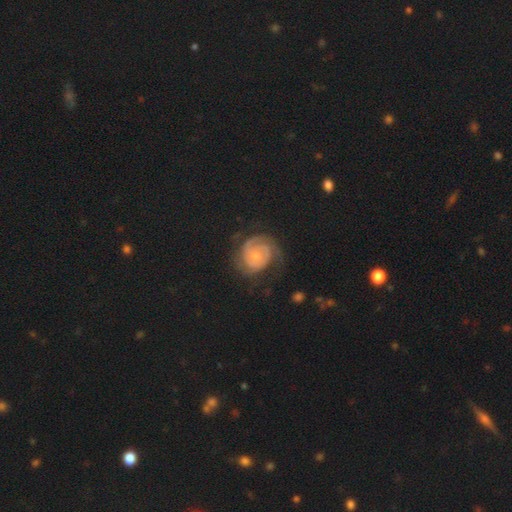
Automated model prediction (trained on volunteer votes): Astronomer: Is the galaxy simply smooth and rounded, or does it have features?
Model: featured or disk — 83%.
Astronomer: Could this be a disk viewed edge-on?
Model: no — 98%.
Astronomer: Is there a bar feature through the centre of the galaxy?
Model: no — 69%.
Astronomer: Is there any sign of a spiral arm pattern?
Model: yes — 95%.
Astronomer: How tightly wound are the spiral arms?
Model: tight — 66%.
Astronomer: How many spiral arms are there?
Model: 2 — 49%.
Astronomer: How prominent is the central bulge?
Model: small — 54% (runner-up: moderate, 40%).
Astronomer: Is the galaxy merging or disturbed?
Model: none — 64%.